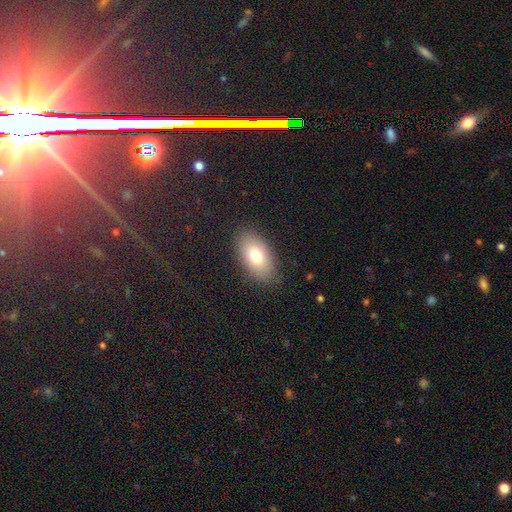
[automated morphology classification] smooth-or-featured: smooth: 76% | featured or disk: 15% | star or artifact: 9%
  how-rounded: in between: 92% | round: 6% | cigar-shaped: 3%
  merging: none: 84% | minor disturbance: 11% | major disturbance: 3% | merger: 1%